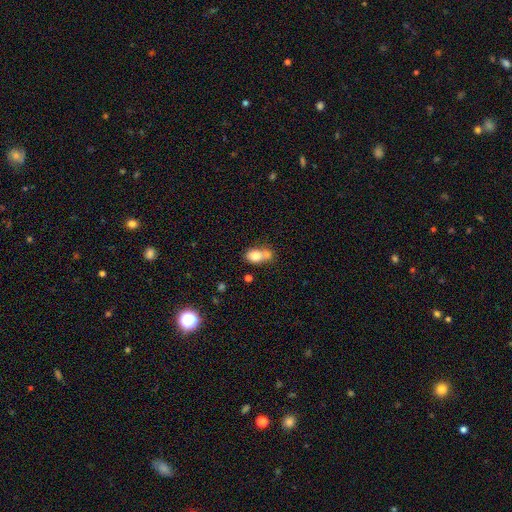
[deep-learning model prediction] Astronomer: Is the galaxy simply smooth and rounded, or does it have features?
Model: smooth — 77%.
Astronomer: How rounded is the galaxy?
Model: in between — 67%.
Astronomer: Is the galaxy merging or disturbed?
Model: merger — 55%.